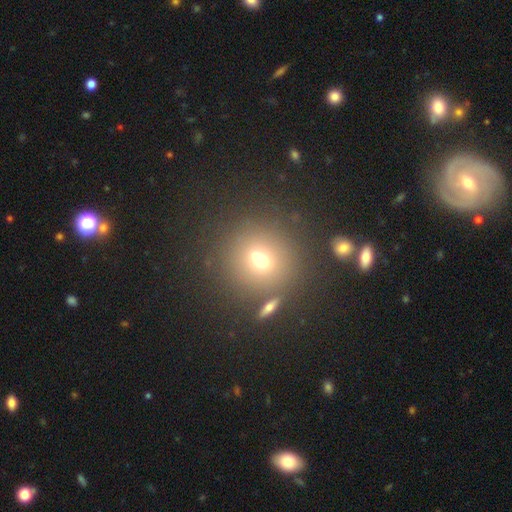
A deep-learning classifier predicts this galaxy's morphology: Overall: smooth (64%). How rounded: round (83%). Merging: none (60%; merger 24%).